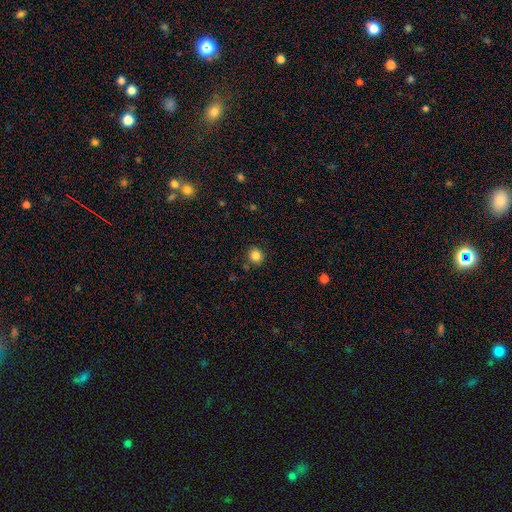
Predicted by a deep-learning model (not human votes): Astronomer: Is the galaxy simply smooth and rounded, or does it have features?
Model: smooth — 85%.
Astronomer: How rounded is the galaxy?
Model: round — 85%.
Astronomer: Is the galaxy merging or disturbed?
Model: none — 86%.